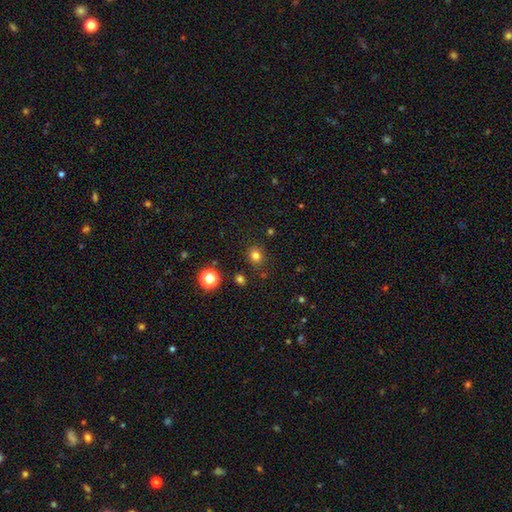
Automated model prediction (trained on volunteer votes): Smooth or featured? Predicted: smooth (p=0.78). How rounded? Predicted: round (p=0.80). Merging? Predicted: none (p=0.85).